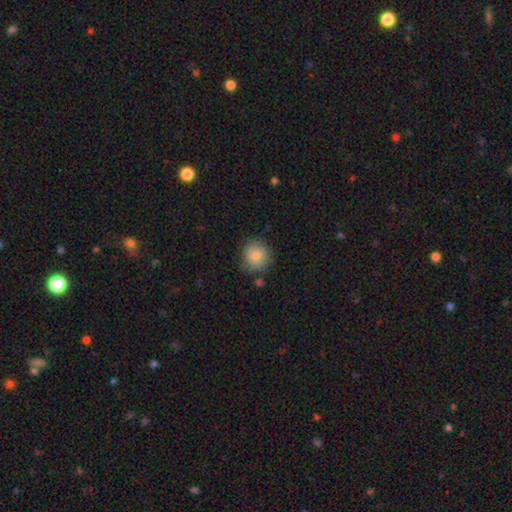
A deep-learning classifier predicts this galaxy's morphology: This is clearly a smooth galaxy (84%). How rounded: clearly round (87%). Merging: likely none (73%).